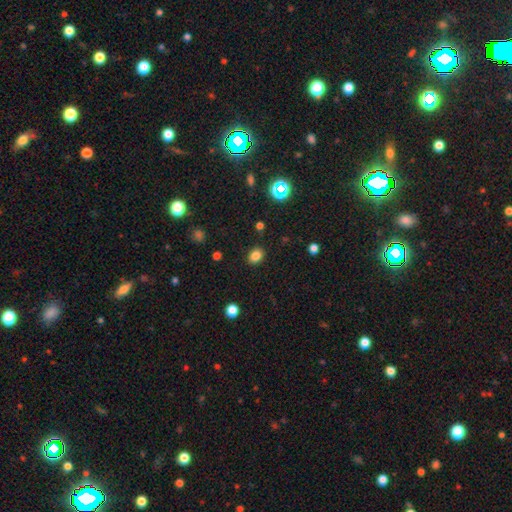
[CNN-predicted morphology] Smooth or featured? Predicted: smooth (p=0.82). How rounded? Predicted: in between (p=0.52). Merging? Predicted: none (p=0.88).